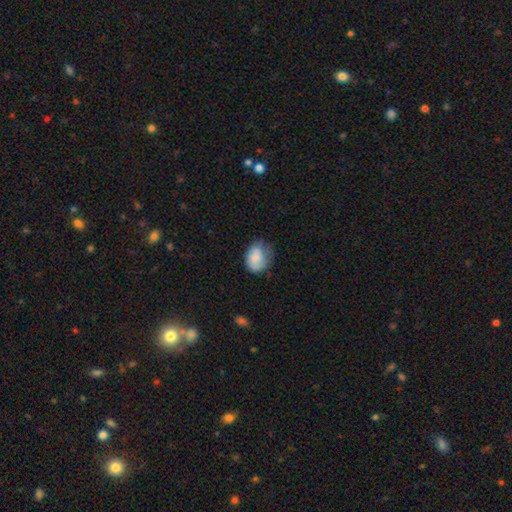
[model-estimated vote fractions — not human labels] Q: Smooth or featured?
A: smooth (74%); runner-up: featured or disk (19%)
Q: How rounded?
A: in between (63%); runner-up: round (36%)
Q: Merging?
A: none (52%); runner-up: minor disturbance (33%)